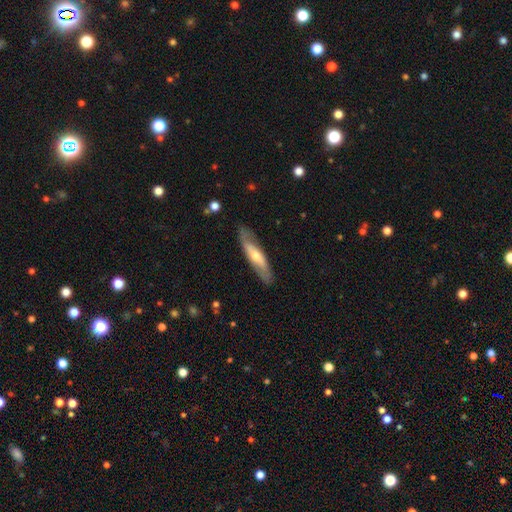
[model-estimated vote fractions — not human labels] featured or disk 54%, smooth 41%, star or artifact 5%. Down the decision tree: edge-on disk — yes (52%); merging — none (82%).